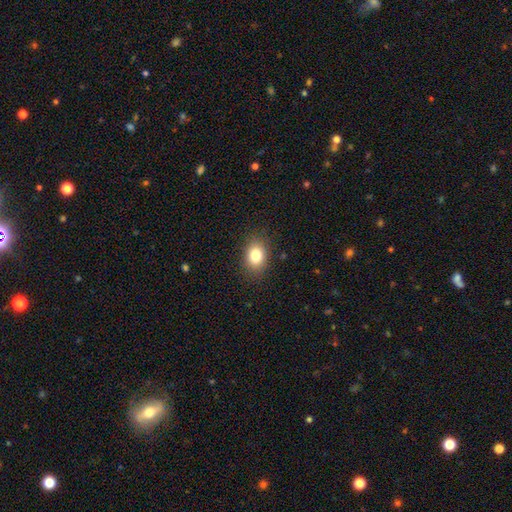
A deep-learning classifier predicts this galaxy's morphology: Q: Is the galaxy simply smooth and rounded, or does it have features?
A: smooth — 82%.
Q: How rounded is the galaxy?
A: in between — 68%.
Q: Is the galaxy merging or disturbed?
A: none — 87%.